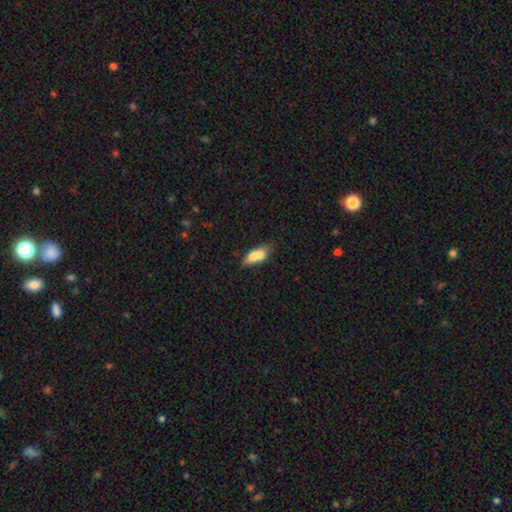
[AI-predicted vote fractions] Morphology: type=smooth (71%); roundness=in between (76%); merging=none (40%).